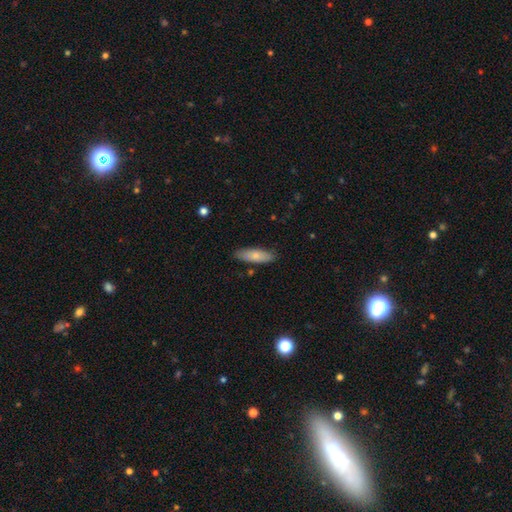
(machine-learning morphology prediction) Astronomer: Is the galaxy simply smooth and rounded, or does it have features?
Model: smooth — 75%.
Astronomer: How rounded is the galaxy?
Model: in between — 55% (runner-up: cigar-shaped, 43%).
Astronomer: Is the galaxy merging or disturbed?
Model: none — 83%.